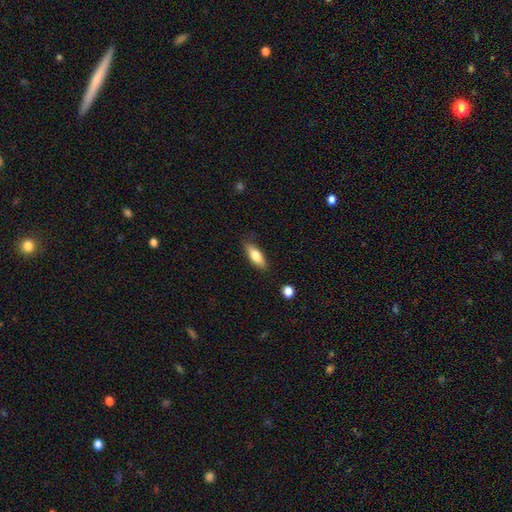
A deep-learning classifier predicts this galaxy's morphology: Smooth or featured? smooth (74%)
How rounded? in between (63%)
Merging? none (82%)